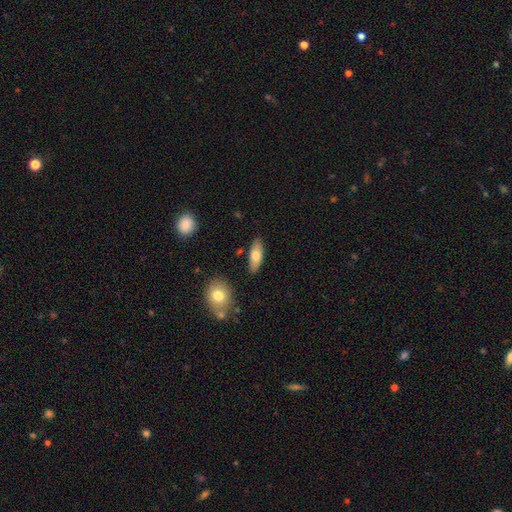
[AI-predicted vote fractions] Morphology: type=smooth (69%); roundness=in between (72%); merging=none (85%).